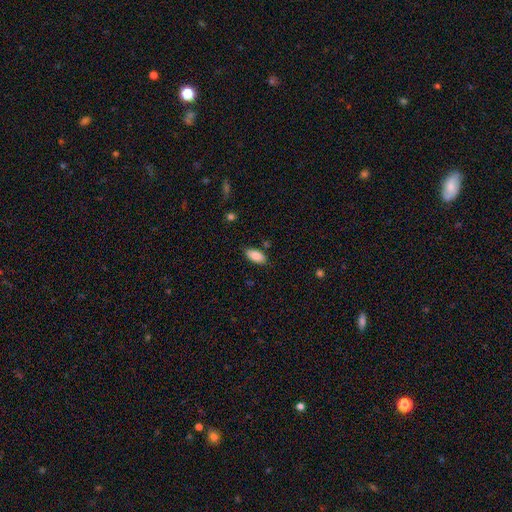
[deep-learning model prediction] Smooth or featured? smooth (87%)
How rounded? in between (93%)
Merging? none (83%)